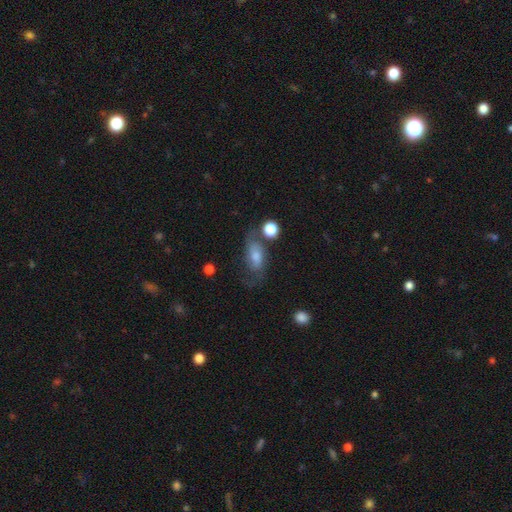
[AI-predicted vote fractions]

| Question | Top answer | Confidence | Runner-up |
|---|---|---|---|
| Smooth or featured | featured or disk | 47% | smooth (40%) |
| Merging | none | 58% | minor disturbance (22%) |